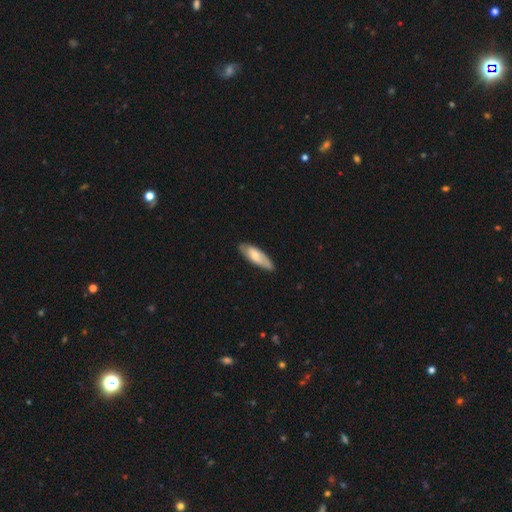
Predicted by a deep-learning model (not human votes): Overall: smooth (64%; featured or disk 31%). How rounded: in between (57%; cigar-shaped 41%). Merging: none (79%).